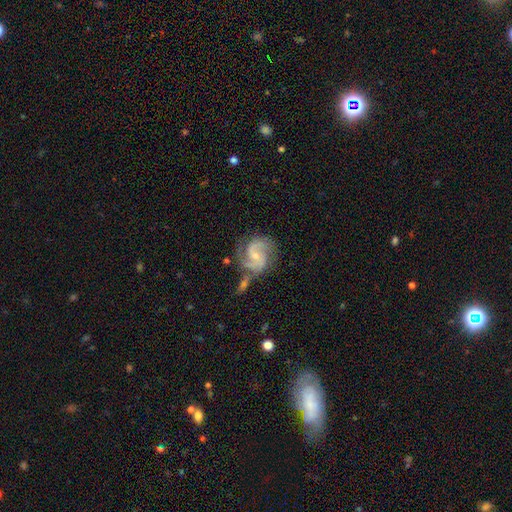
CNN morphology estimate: Smooth or featured?
  - featured or disk: 86% *
  - smooth: 8%
  - star or artifact: 5%
Edge-on disk?
  - no: 98% *
  - yes: 2%
Bar?
  - no: 47% *
  - weak: 43%
  - strong: 10%
Spiral arms?
  - yes: 97% *
  - no: 3%
Spiral winding?
  - medium: 56% *
  - tight: 25%
  - loose: 18%
Spiral arm count?
  - 2: 78% *
  - 3: 11%
  - can't tell: 5%
  - 1: 3%
  - 4: 2%
  - more than 4: 2%
Bulge size?
  - small: 65% *
  - moderate: 28%
  - none: 5%
  - large: 1%
  - dominant: 1%
Merging?
  - none: 53% *
  - minor disturbance: 21%
  - merger: 13%
  - major disturbance: 12%